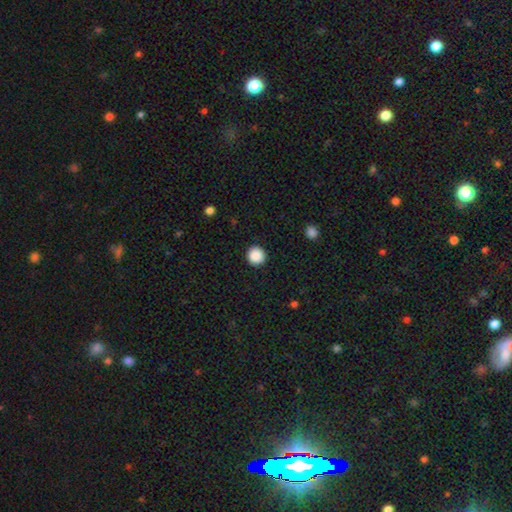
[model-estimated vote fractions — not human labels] Smooth or featured? Predicted: smooth (p=0.88). How rounded? Predicted: round (p=0.95). Merging? Predicted: none (p=0.92).